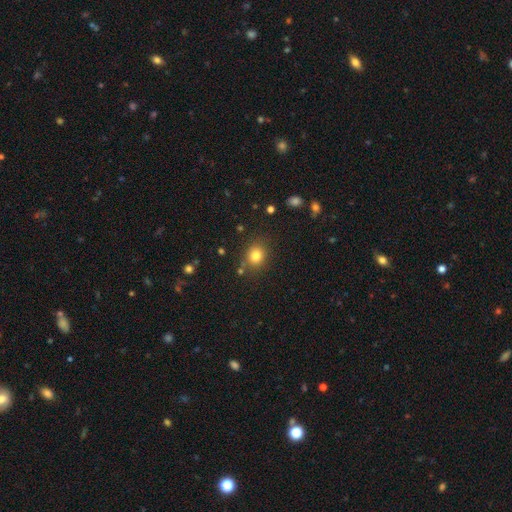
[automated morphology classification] smooth-or-featured: smooth: 81% | star or artifact: 13% | featured or disk: 7%
  how-rounded: round: 73% | in between: 26% | cigar-shaped: 1%
  merging: none: 81% | minor disturbance: 11% | merger: 5% | major disturbance: 4%